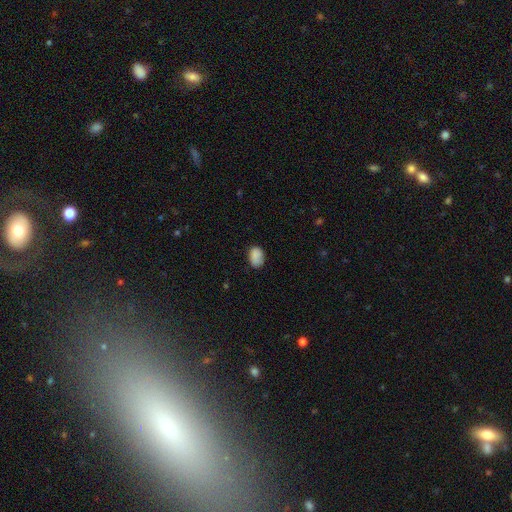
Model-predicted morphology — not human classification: This is clearly a smooth galaxy (87%). How rounded: clearly in between (81%). Merging: likely none (73%).